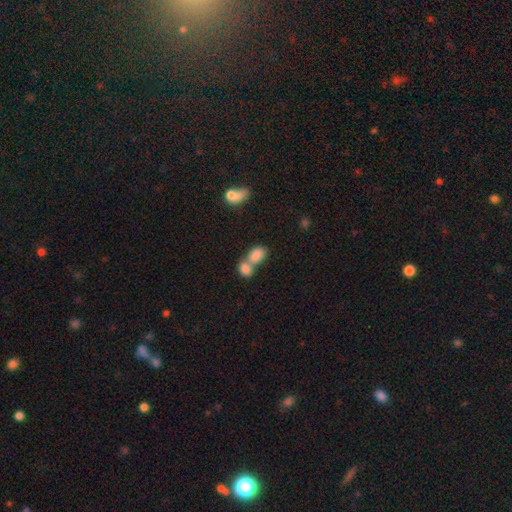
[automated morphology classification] This is clearly a smooth galaxy (83%). How rounded: likely in between (79%). Merging: likely merger (69%).